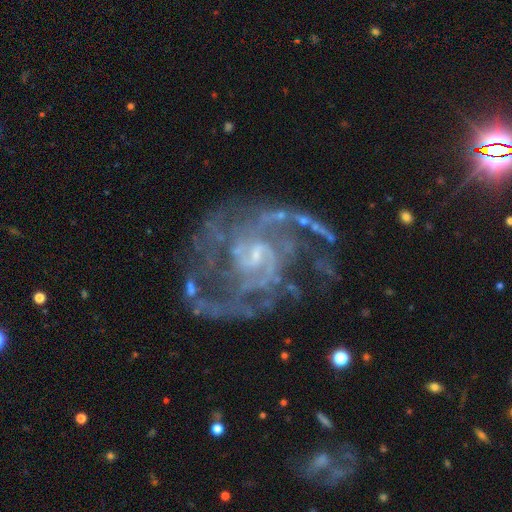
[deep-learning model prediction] Smooth or featured? Predicted: featured or disk (p=0.91). Edge-on disk? Predicted: no (p=0.98). Bar? Predicted: weak (p=0.53). Spiral arms? Predicted: yes (p=0.97). Spiral winding? Predicted: medium (p=0.51). Spiral arm count? Predicted: 2 (p=0.48). Bulge size? Predicted: small (p=0.65). Merging? Predicted: none (p=0.60).